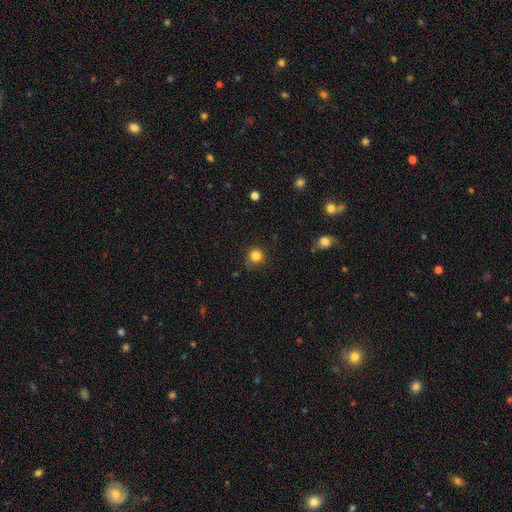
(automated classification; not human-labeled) A smooth galaxy with no disk features (83%) that is round (92%). Merging: none (80%).